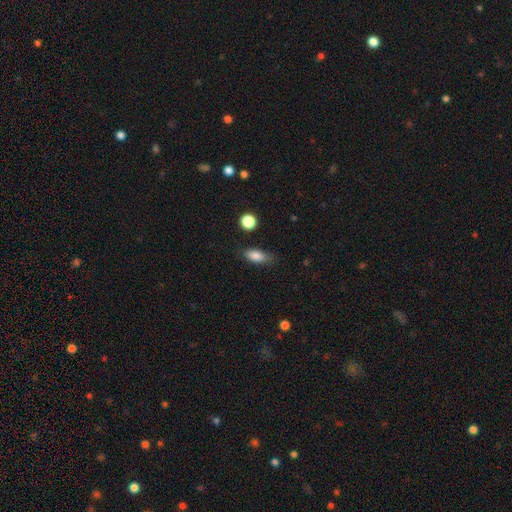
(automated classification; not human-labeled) Smooth or featured? Predicted: smooth (p=0.83). How rounded? Predicted: in between (p=0.80). Merging? Predicted: none (p=0.75).